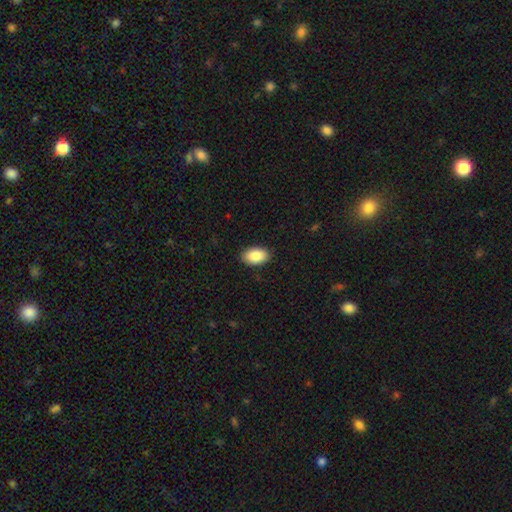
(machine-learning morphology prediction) Smooth or featured?
  - smooth: 89% *
  - star or artifact: 7%
  - featured or disk: 5%
How rounded?
  - in between: 93% *
  - round: 6%
  - cigar-shaped: 1%
Merging?
  - none: 89% *
  - minor disturbance: 8%
  - major disturbance: 2%
  - merger: 1%